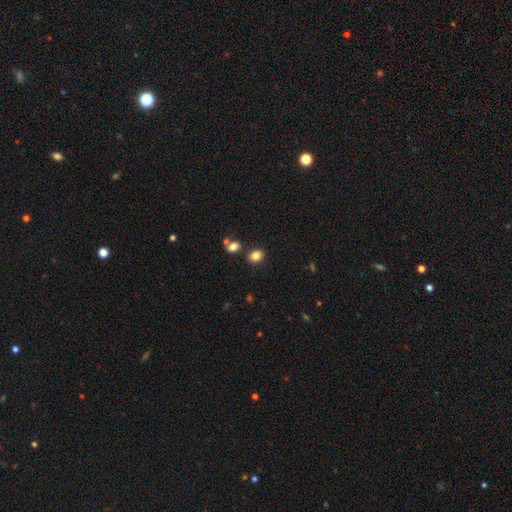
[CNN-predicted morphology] Q: Smooth or featured?
A: smooth (83%); runner-up: star or artifact (11%)
Q: How rounded?
A: round (50%); runner-up: in between (49%)
Q: Merging?
A: none (79%); runner-up: minor disturbance (9%)